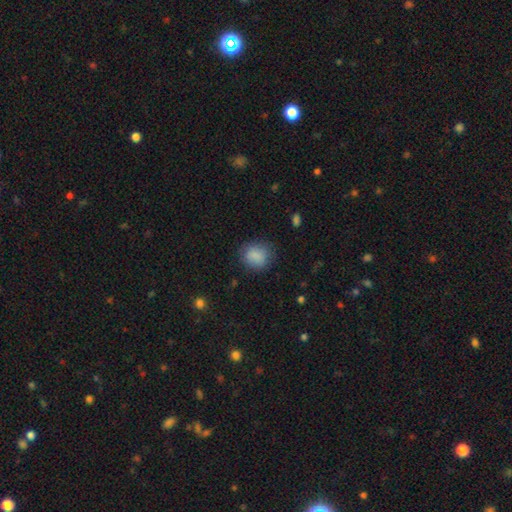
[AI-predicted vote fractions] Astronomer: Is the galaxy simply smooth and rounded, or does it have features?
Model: smooth — 85%.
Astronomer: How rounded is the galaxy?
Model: round — 68%.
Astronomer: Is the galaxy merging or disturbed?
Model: none — 78%.